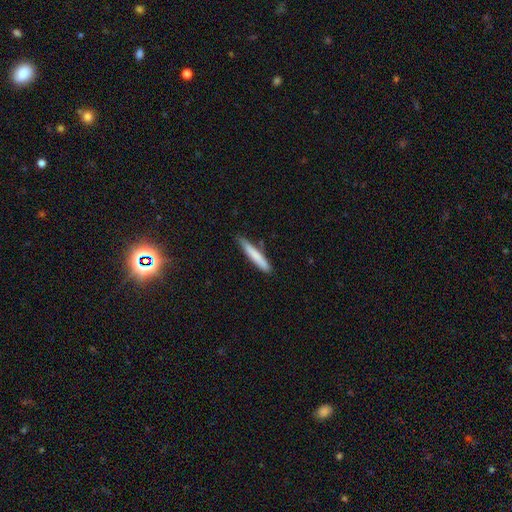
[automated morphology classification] Smooth or featured: smooth — 77% (featured or disk — 18%)
How rounded: cigar-shaped — 94% (in between — 5%)
Merging: none — 79% (minor disturbance — 16%)